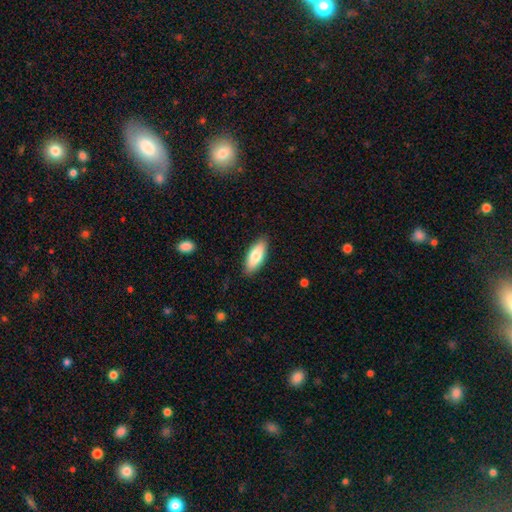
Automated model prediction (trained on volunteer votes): A smooth galaxy with no disk features (79%) that is in between round and cigar-shaped (76%). Merging: none (87%).